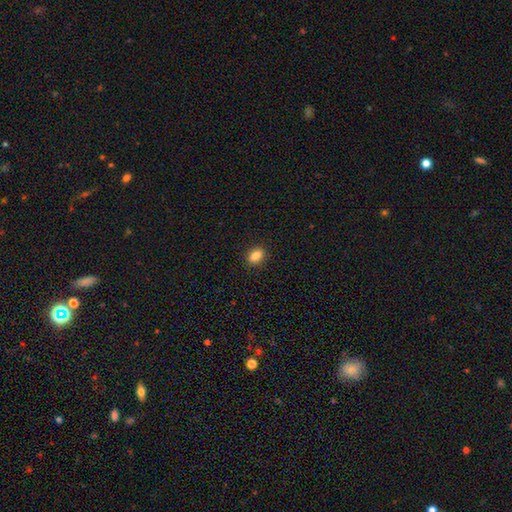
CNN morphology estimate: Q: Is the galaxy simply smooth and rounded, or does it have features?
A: smooth — 86%.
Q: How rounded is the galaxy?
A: in between — 76%.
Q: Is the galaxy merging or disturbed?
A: none — 90%.